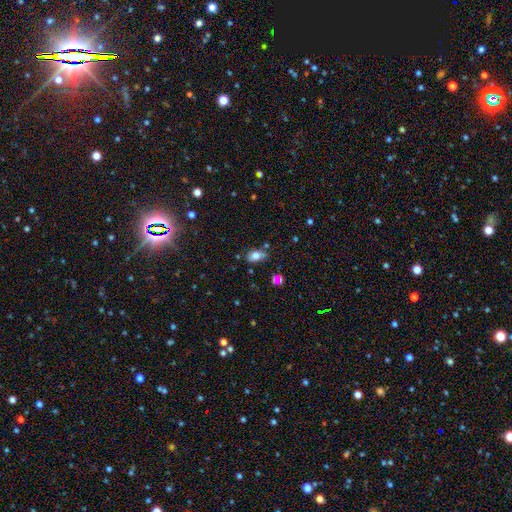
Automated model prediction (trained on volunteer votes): Smooth or featured: smooth — 76% (featured or disk — 13%)
How rounded: in between — 84% (round — 12%)
Merging: none — 65% (minor disturbance — 21%)